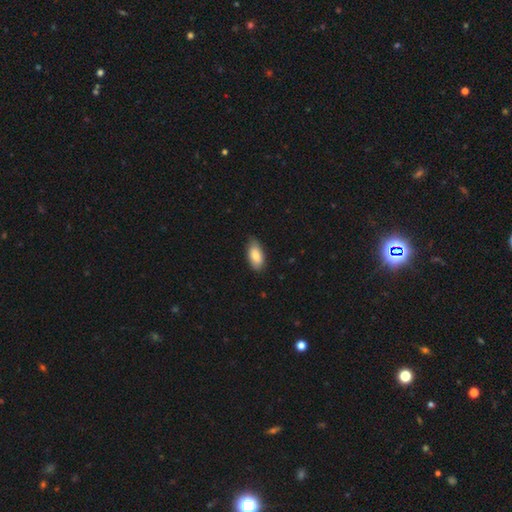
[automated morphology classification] Overall: smooth (82%). How rounded: in between (90%). Merging: none (77%).